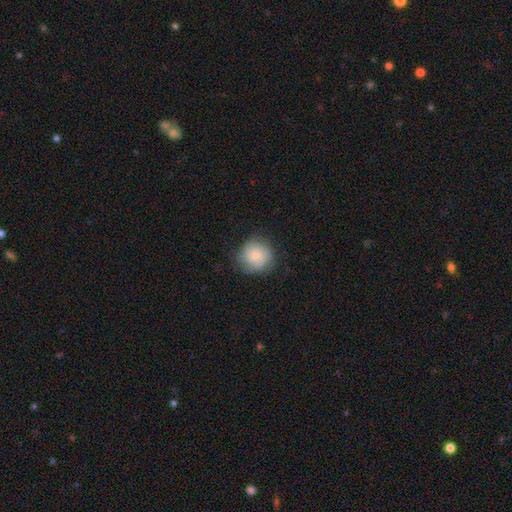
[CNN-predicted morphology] Q: Smooth or featured?
A: smooth (61%); runner-up: featured or disk (31%)
Q: How rounded?
A: round (90%); runner-up: in between (9%)
Q: Merging?
A: none (75%); runner-up: minor disturbance (19%)